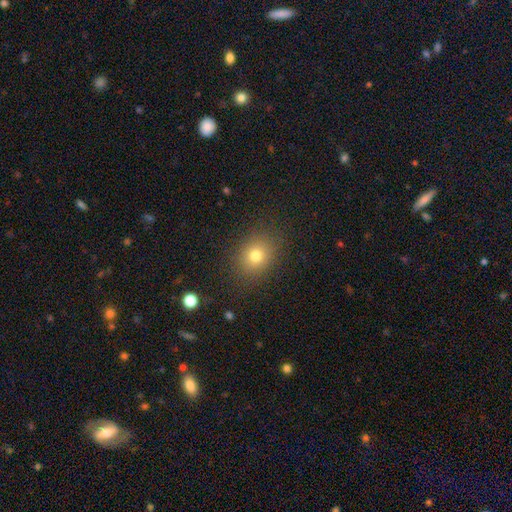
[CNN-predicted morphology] This is likely a smooth galaxy (76%). How rounded: possibly round (58%). Merging: clearly none (86%).